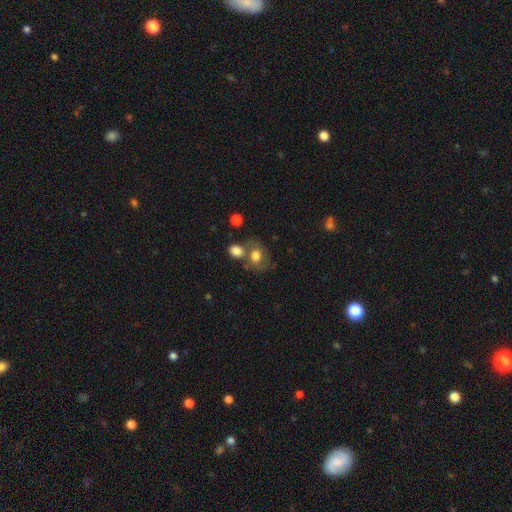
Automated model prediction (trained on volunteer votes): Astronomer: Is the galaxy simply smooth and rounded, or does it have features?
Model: smooth — 71%.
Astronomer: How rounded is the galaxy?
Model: round — 50% (runner-up: in between, 49%).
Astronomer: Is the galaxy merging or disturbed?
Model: none — 46% (runner-up: merger, 31%).